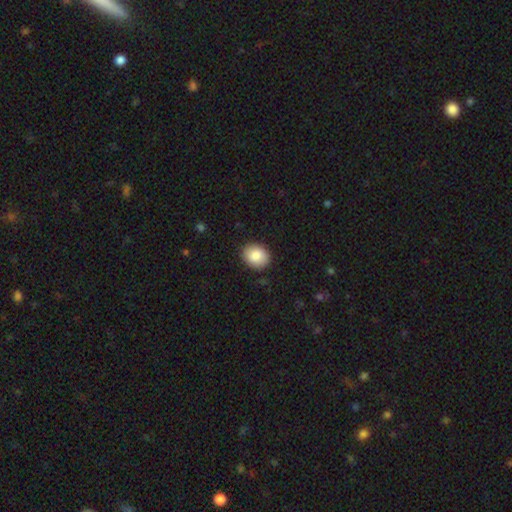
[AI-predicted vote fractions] Q: Smooth or featured?
A: smooth (86%); runner-up: star or artifact (7%)
Q: How rounded?
A: round (52%); runner-up: in between (48%)
Q: Merging?
A: none (89%); runner-up: minor disturbance (8%)